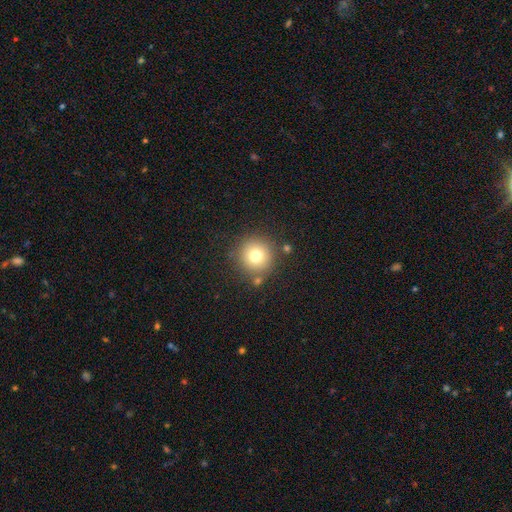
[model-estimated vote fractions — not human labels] smooth 76%, star or artifact 13%, featured or disk 11%. Down the decision tree: how rounded — round (95%); merging — none (83%).